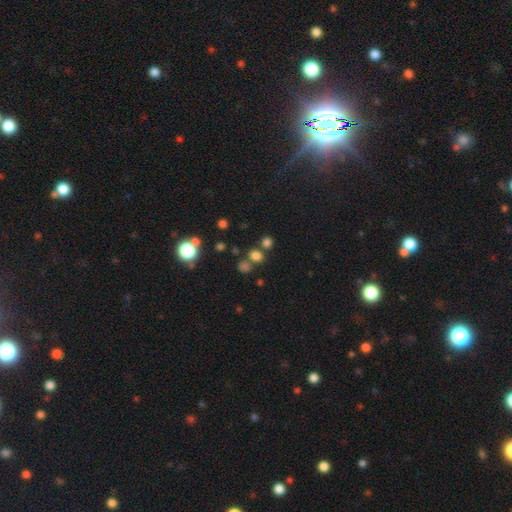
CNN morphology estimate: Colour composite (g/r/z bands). It shows a smooth galaxy with no disk features (70%) that is round (69%). Merging: none (68%).